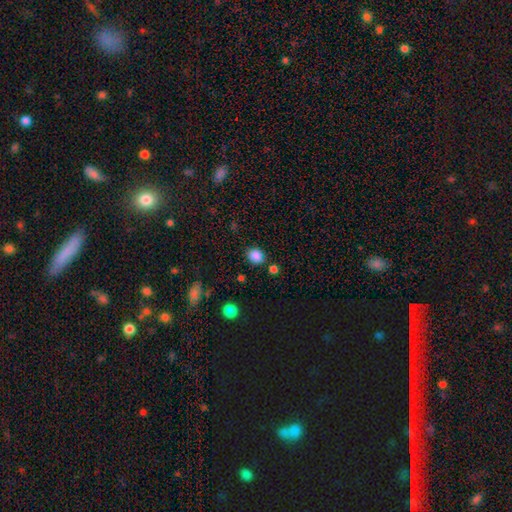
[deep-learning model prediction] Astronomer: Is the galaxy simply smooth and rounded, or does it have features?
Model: smooth — 85%.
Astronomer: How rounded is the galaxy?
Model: round — 63%.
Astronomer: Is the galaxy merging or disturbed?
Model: none — 81%.